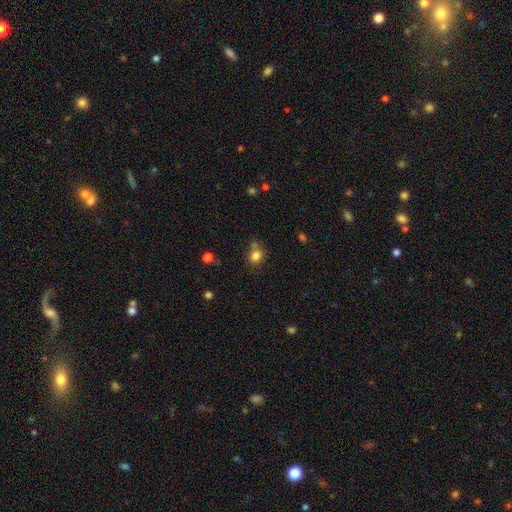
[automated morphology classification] Smooth or featured: smooth — 81% (star or artifact — 13%)
How rounded: round — 68% (in between — 31%)
Merging: none — 62% (merger — 18%)